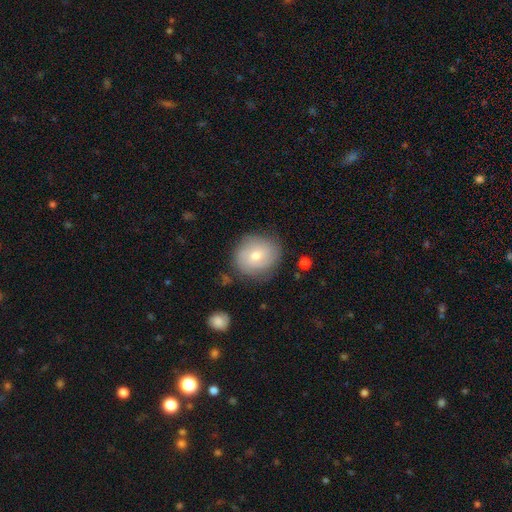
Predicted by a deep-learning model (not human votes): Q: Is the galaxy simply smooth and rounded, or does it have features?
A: smooth — 54%.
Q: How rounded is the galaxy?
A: round — 78%.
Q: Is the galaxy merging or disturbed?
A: none — 79%.